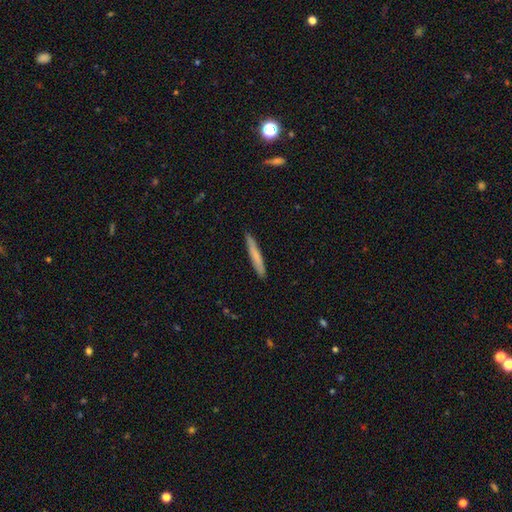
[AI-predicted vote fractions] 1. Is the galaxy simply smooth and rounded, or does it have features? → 70% smooth, 24% featured or disk, 6% star or artifact.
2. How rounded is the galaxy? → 96% cigar-shaped, 3% in between, 1% round.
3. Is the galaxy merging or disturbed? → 91% none, 7% minor disturbance, 1% major disturbance, 1% merger.